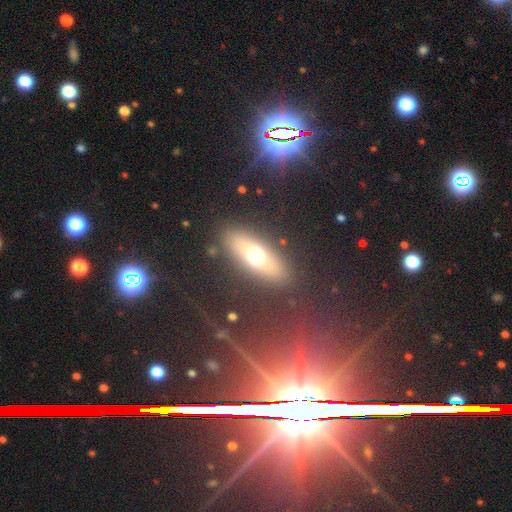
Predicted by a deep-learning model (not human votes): This appears to be a smooth galaxy with no disk features (56%) that is in between round and cigar-shaped (67%). Merging: none (85%).